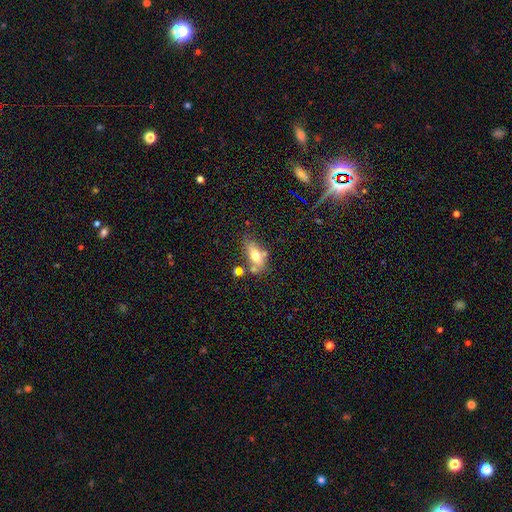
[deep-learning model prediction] A smooth galaxy with no disk features (64%) that is in between round and cigar-shaped (80%).

Vote fractions:
- Smooth or featured? smooth: 64% / featured or disk: 28% / star or artifact: 9%
- How rounded? in between: 80% / cigar-shaped: 13% / round: 7%
- Merging? none: 48% / merger: 24% / minor disturbance: 20% / major disturbance: 9%